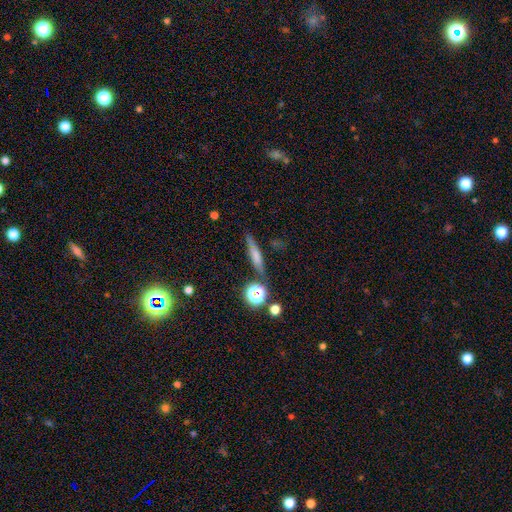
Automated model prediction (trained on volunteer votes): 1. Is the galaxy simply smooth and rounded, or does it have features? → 60% smooth, 26% featured or disk, 14% star or artifact.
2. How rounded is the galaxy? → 77% cigar-shaped, 15% in between, 8% round.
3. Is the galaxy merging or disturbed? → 74% none, 15% minor disturbance, 5% merger, 5% major disturbance.